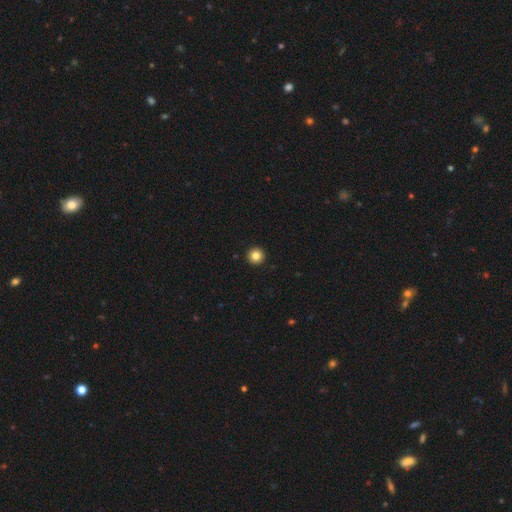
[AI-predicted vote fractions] The model was most divided on "smooth or featured": smooth: 83%, star or artifact: 11%, featured or disk: 6%. More confident: how rounded — round (97%); merging — none (94%).